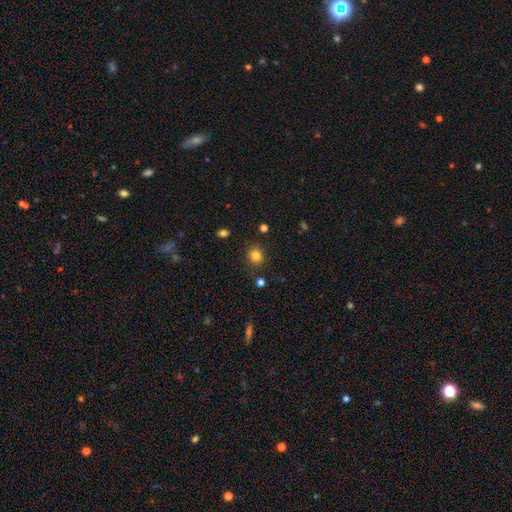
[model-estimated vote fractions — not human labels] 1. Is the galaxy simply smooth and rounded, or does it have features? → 82% smooth, 12% star or artifact, 5% featured or disk.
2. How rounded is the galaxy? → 80% round, 19% in between, 1% cigar-shaped.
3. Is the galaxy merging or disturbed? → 84% none, 10% minor disturbance, 3% major disturbance, 3% merger.